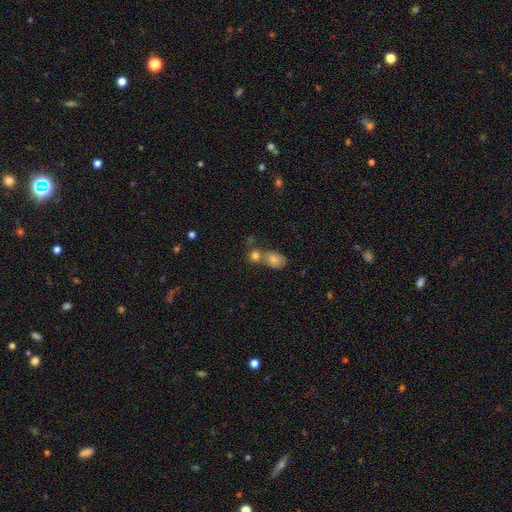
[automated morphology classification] This appears to be a smooth galaxy with no disk features (78%) that is round (63%). Merging: merger (48%).